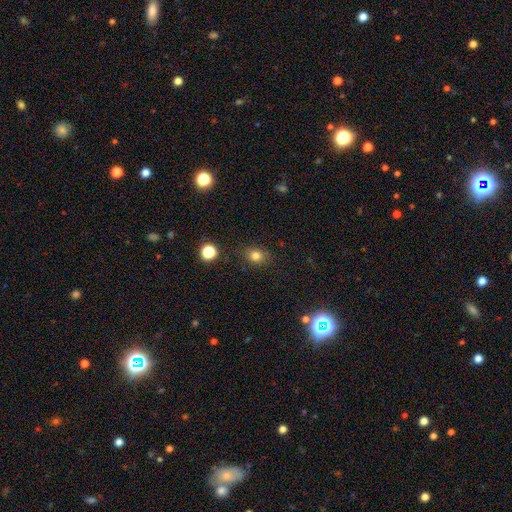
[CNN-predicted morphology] Smooth or featured: smooth — 79% (star or artifact — 13%)
How rounded: round — 52% (in between — 47%)
Merging: none — 84% (minor disturbance — 11%)